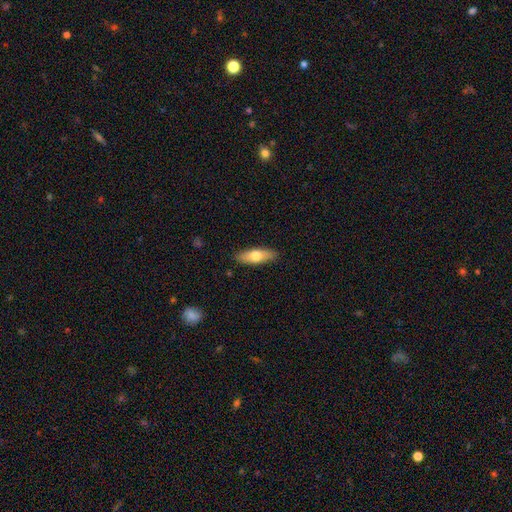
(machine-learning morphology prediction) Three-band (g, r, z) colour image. It shows a smooth galaxy with no disk features (66%) that is in between round and cigar-shaped (60%). Merging: none (88%).